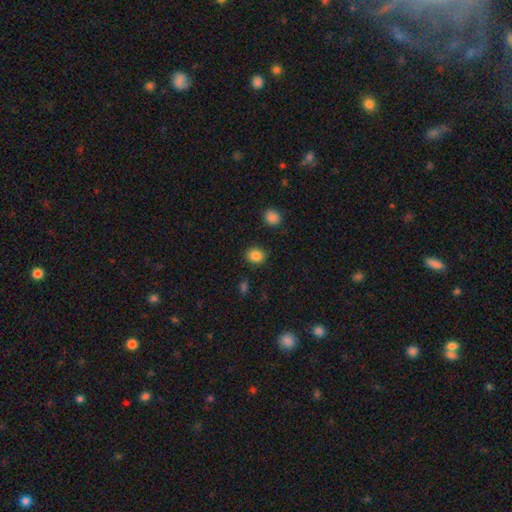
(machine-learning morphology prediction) This is clearly a smooth galaxy (85%). How rounded: likely round (61%). Merging: clearly none (88%).